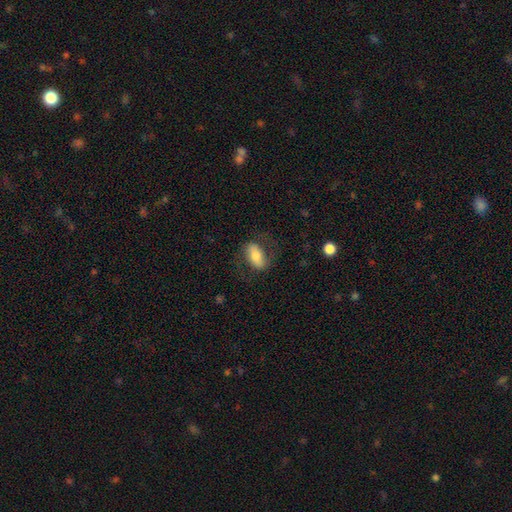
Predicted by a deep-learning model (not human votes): The model was most divided on "smooth or featured": smooth: 62%, featured or disk: 31%, star or artifact: 7%. More confident: how rounded — in between (87%); merging — none (70%).